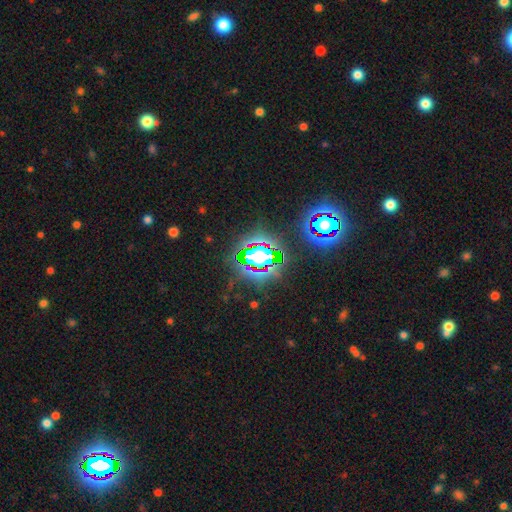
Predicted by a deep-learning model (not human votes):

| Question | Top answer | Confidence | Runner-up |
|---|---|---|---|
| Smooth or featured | star or artifact | 81% | smooth (11%) |